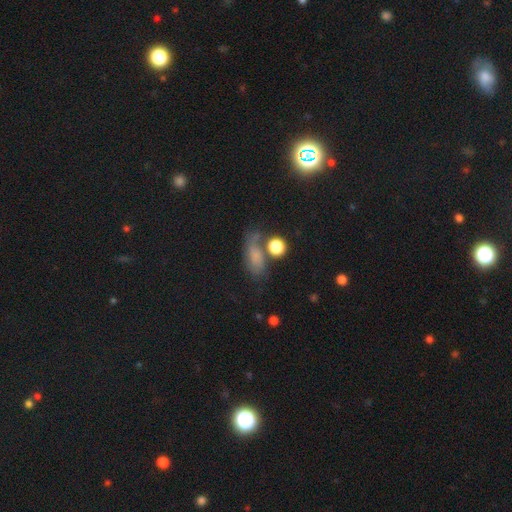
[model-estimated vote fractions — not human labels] Smooth or featured: smooth — 54% (featured or disk — 26%)
How rounded: in between — 72% (round — 19%)
Merging: none — 43% (minor disturbance — 24%)